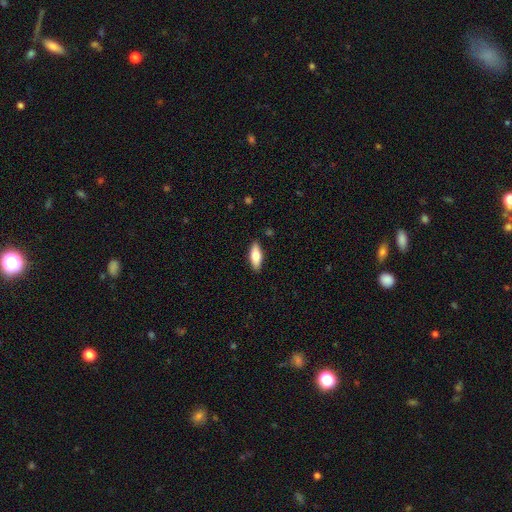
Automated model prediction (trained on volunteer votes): The model was most divided on "how rounded": in between: 70%, cigar-shaped: 28%, round: 2%. More confident: merging — none (88%); smooth or featured — smooth (73%).